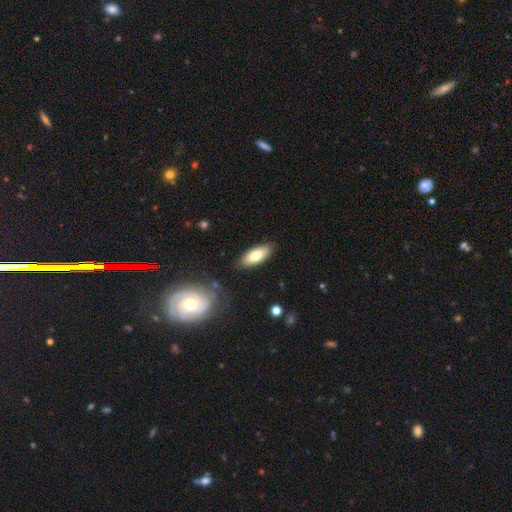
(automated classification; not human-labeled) The model was most divided on "smooth or featured": smooth: 77%, featured or disk: 16%, star or artifact: 7%. More confident: merging — none (85%); how rounded — in between (82%).